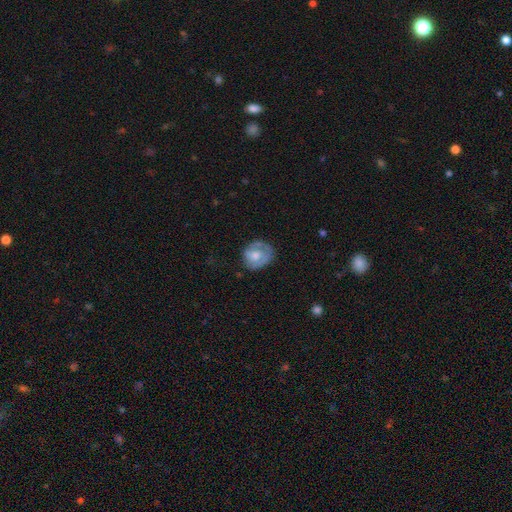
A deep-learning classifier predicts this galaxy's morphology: Smooth or featured?
  - featured or disk: 51% *
  - smooth: 42%
  - star or artifact: 6%
Edge-on disk?
  - no: 97% *
  - yes: 3%
Merging?
  - none: 62% *
  - minor disturbance: 24%
  - major disturbance: 12%
  - merger: 2%